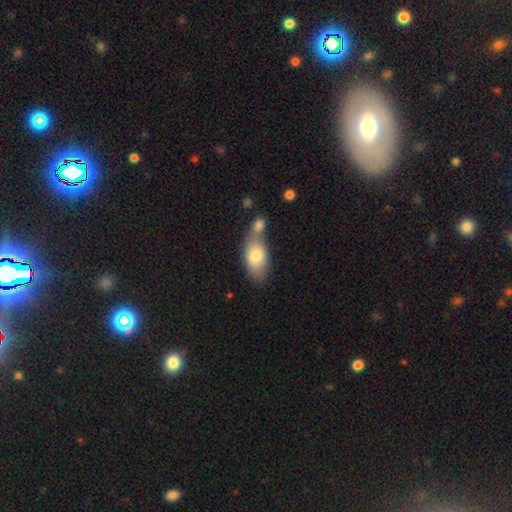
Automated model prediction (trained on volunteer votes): A smooth galaxy with no disk features (77%) that is in between round and cigar-shaped (90%). Merging: merger (44%).